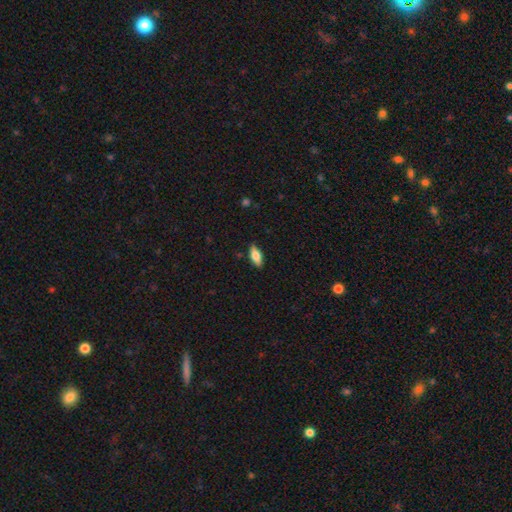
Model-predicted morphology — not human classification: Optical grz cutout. It shows a smooth galaxy with no disk features (71%) that is in between round and cigar-shaped (79%). Merging: none (86%).